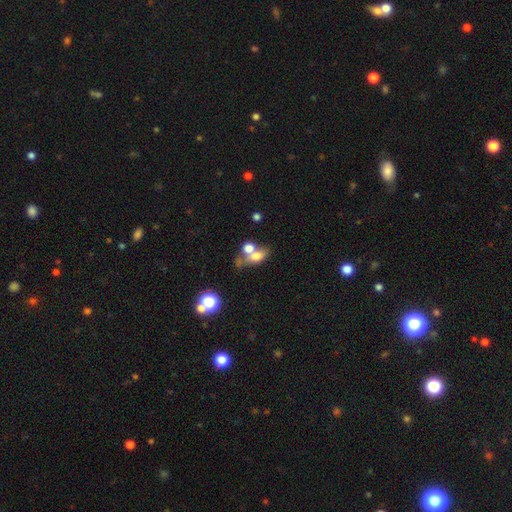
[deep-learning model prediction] smooth_or_featured: smooth (p=0.65) [alt: featured or disk p=0.22]
how_rounded: in between (p=0.71) [alt: round p=0.23]
merging: merger (p=0.47) [alt: none p=0.31]